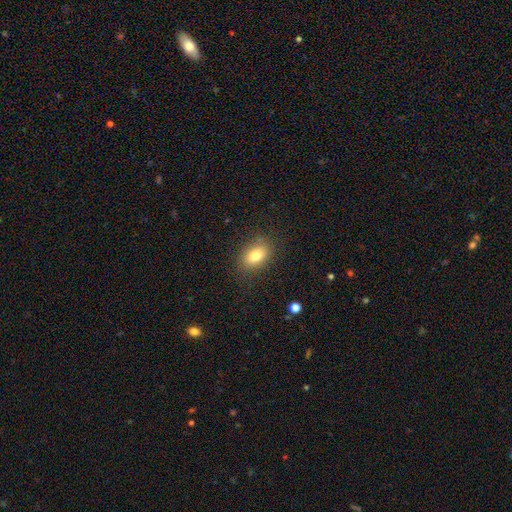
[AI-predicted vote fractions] smooth-or-featured: smooth: 79% | featured or disk: 11% | star or artifact: 10%
  how-rounded: in between: 79% | round: 20% | cigar-shaped: 2%
  merging: none: 83% | minor disturbance: 11% | major disturbance: 4% | merger: 1%